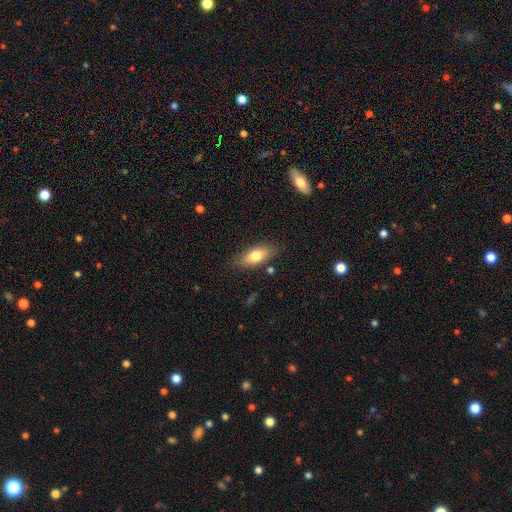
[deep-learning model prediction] A smooth galaxy with no disk features (76%) that is in between round and cigar-shaped (84%).

Vote fractions:
- Smooth or featured? smooth: 76% / featured or disk: 17% / star or artifact: 7%
- How rounded? in between: 84% / cigar-shaped: 12% / round: 4%
- Merging? none: 81% / minor disturbance: 14% / major disturbance: 3% / merger: 3%